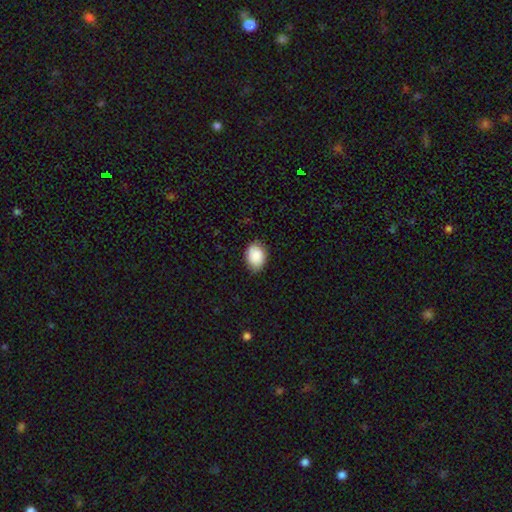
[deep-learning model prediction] Smooth or featured: smooth — 88% (star or artifact — 7%)
How rounded: in between — 75% (round — 24%)
Merging: none — 77% (minor disturbance — 19%)